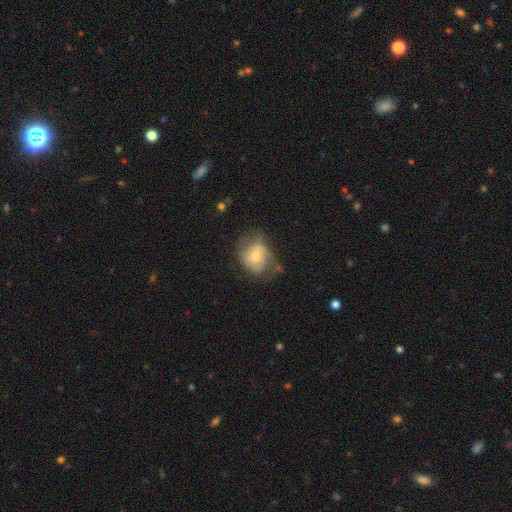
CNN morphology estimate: Smooth or featured?
  - featured or disk: 63% *
  - smooth: 31%
  - star or artifact: 7%
Edge-on disk?
  - no: 97% *
  - yes: 3%
Bar?
  - no: 66% *
  - weak: 29%
  - strong: 5%
Spiral arms?
  - yes: 83% *
  - no: 17%
Spiral winding?
  - medium: 42% *
  - tight: 40%
  - loose: 18%
Spiral arm count?
  - 2: 49% *
  - can't tell: 27%
  - 3: 12%
  - 1: 7%
  - 4: 3%
  - more than 4: 2%
Bulge size?
  - small: 47% *
  - moderate: 46%
  - large: 3%
  - none: 2%
  - dominant: 1%
Merging?
  - none: 47% *
  - minor disturbance: 29%
  - major disturbance: 20%
  - merger: 3%